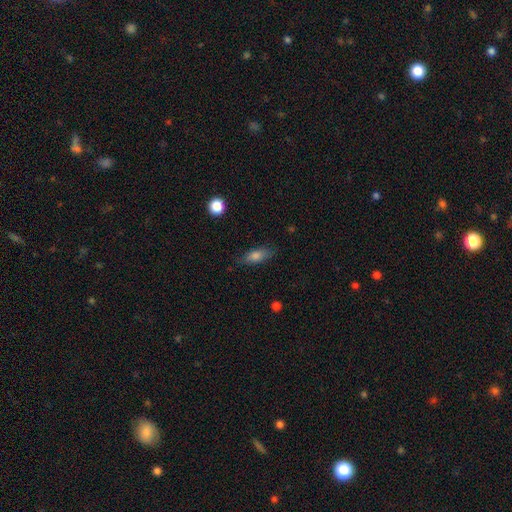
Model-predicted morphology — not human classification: This appears to be a smooth galaxy with no disk features (74%) that is in between round and cigar-shaped (66%). Merging: none (79%).